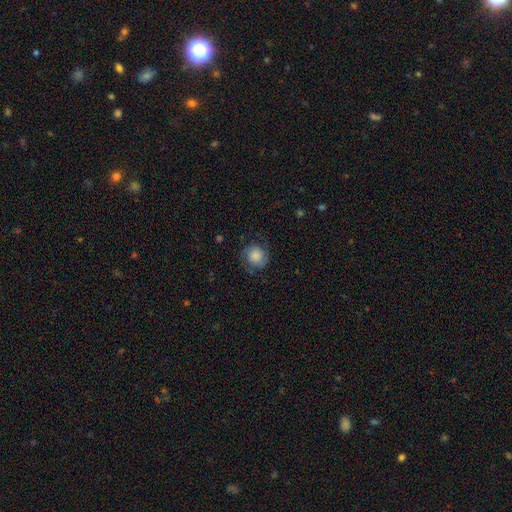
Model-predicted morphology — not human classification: smooth_or_featured: smooth (p=0.50) [alt: featured or disk p=0.41]
merging: none (p=0.72) [alt: minor disturbance p=0.17]